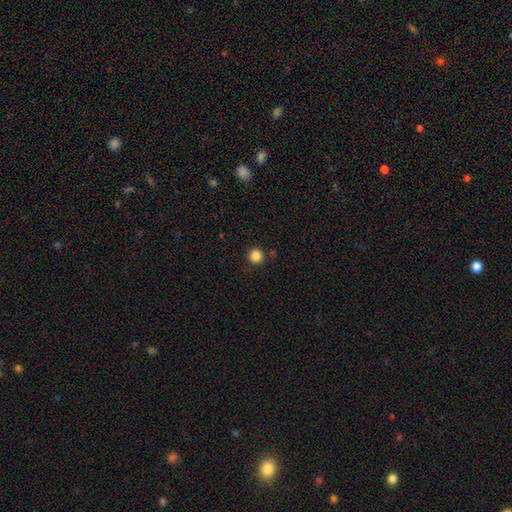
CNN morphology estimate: A smooth galaxy with no disk features (85%) that is round (96%).

Vote fractions:
- Smooth or featured? smooth: 85% / star or artifact: 12% / featured or disk: 3%
- How rounded? round: 96% / in between: 3% / cigar-shaped: 1%
- Merging? none: 90% / minor disturbance: 6% / merger: 2% / major disturbance: 2%